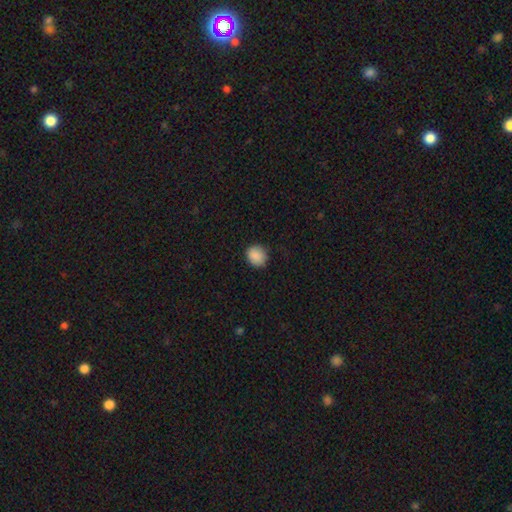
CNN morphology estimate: Smooth or featured? smooth (89%)
How rounded? round (73%)
Merging? none (83%)